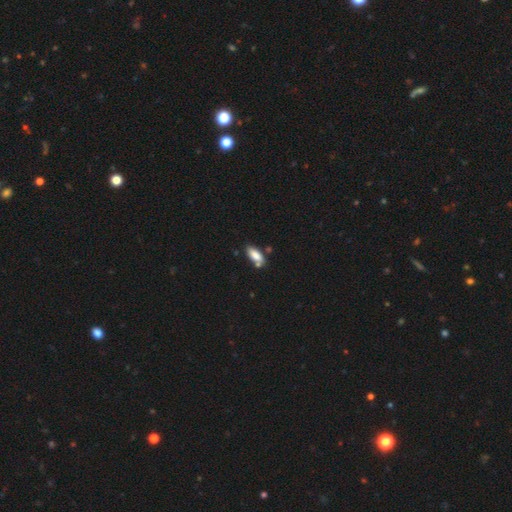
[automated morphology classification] This appears to be a smooth galaxy with no disk features (84%) that is in between round and cigar-shaped (81%). Merging: none (65%).